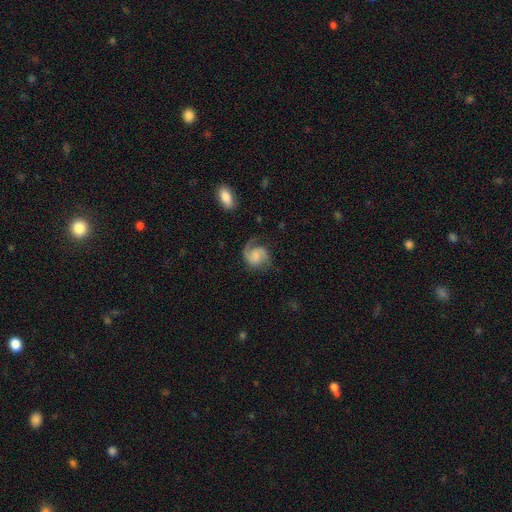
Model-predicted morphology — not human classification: This appears to be a featured or disk galaxy (82%) with no bar (53%), 2 (76%) medium (52%) spiral arms (97%) and no central bulge (40%). Merging: none (68%).